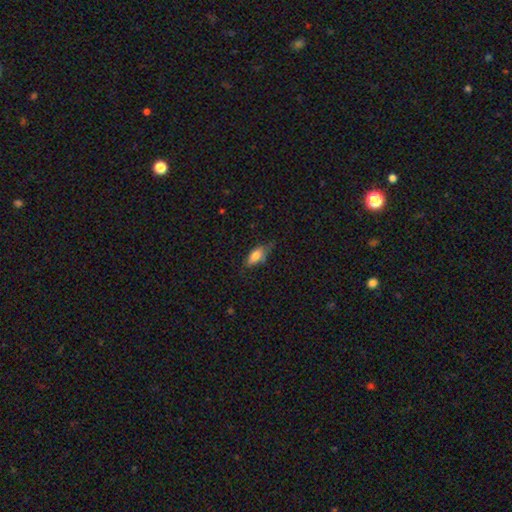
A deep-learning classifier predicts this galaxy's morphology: type=smooth (75%); roundness=in between (83%); merging=none (59%).